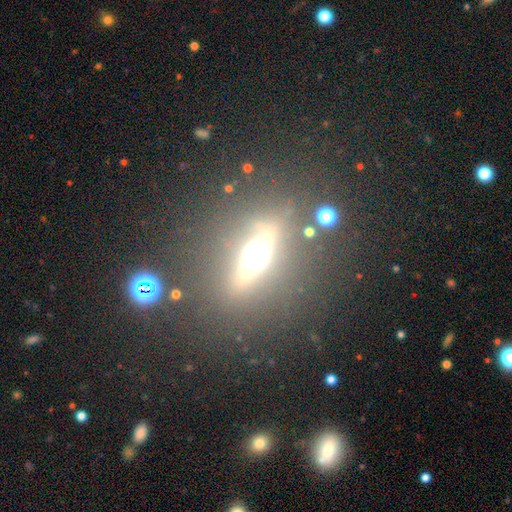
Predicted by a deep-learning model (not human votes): The model was most divided on "smooth or featured": featured or disk: 62%, smooth: 20%, star or artifact: 18%. More confident: edge-on bulge — rounded (90%); edge-on disk — yes (82%); merging — none (78%).